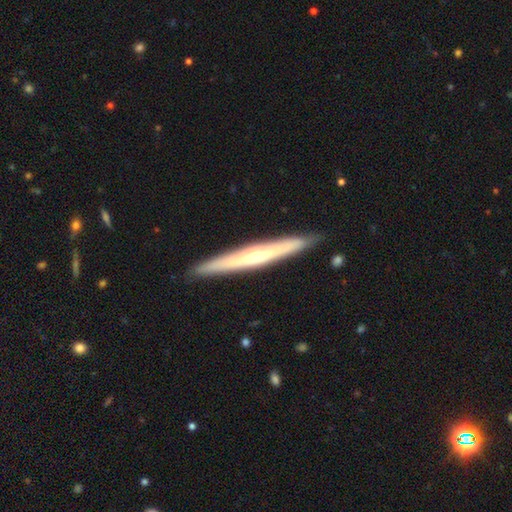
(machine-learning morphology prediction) Smooth or featured? Predicted: featured or disk (p=0.64). Edge-on disk? Predicted: yes (p=0.94). Edge-on bulge? Predicted: rounded (p=0.68). Merging? Predicted: none (p=0.90).